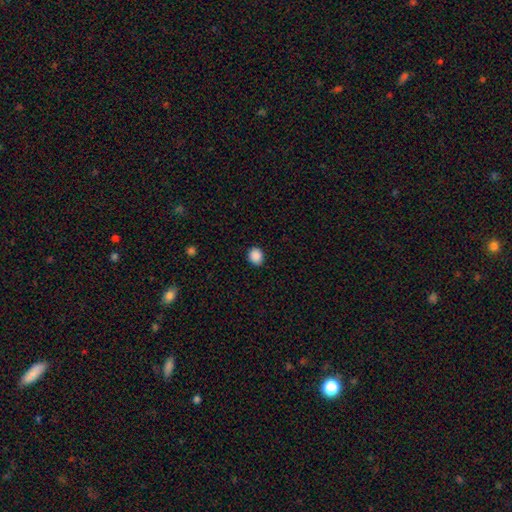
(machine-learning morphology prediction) smooth 89%, star or artifact 9%, featured or disk 2%. Down the decision tree: how rounded — round (68%); merging — none (89%).